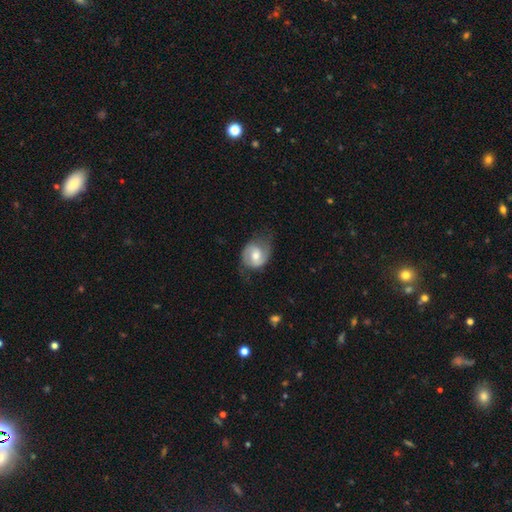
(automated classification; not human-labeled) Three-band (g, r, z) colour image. It shows a featured or disk galaxy (58%) with a weak bar (45%), spiral arms (84%) and a moderate central bulge (65%). Merging: none (57%).